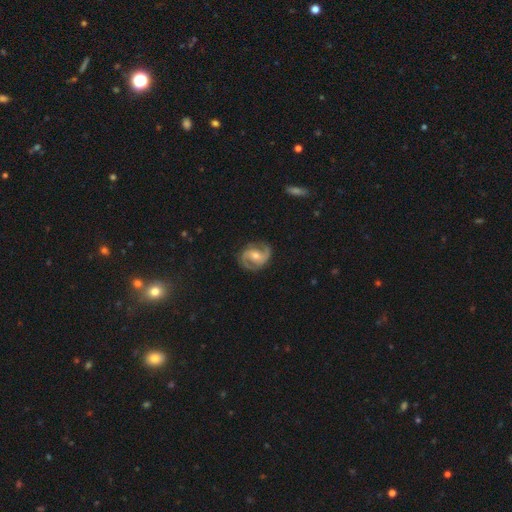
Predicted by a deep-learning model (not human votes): Smooth or featured?
  - featured or disk: 88% *
  - smooth: 7%
  - star or artifact: 5%
Edge-on disk?
  - no: 98% *
  - yes: 2%
Bar?
  - no: 44% *
  - weak: 39%
  - strong: 16%
Spiral arms?
  - yes: 97% *
  - no: 3%
Spiral winding?
  - medium: 56% *
  - tight: 28%
  - loose: 17%
Spiral arm count?
  - 2: 92% *
  - can't tell: 3%
  - 3: 2%
  - 1: 1%
  - 4: 1%
  - more than 4: 1%
Bulge size?
  - moderate: 57% *
  - small: 38%
  - large: 2%
  - none: 1%
  - dominant: 1%
Merging?
  - none: 81% *
  - minor disturbance: 13%
  - major disturbance: 4%
  - merger: 1%